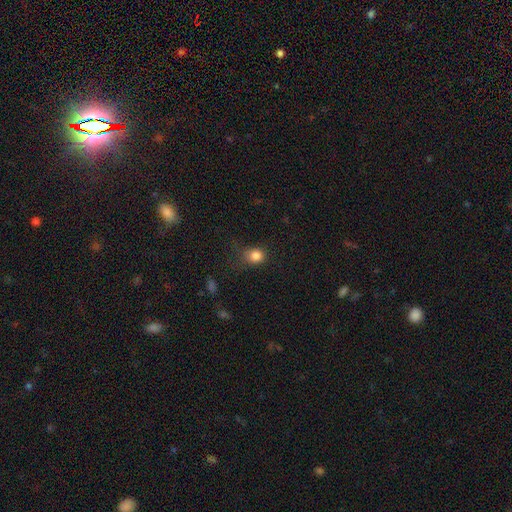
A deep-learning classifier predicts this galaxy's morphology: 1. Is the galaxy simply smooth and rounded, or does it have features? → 83% smooth, 12% star or artifact, 5% featured or disk.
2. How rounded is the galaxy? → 72% round, 27% in between, 1% cigar-shaped.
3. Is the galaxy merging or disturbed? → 62% none, 24% minor disturbance, 12% major disturbance, 2% merger.